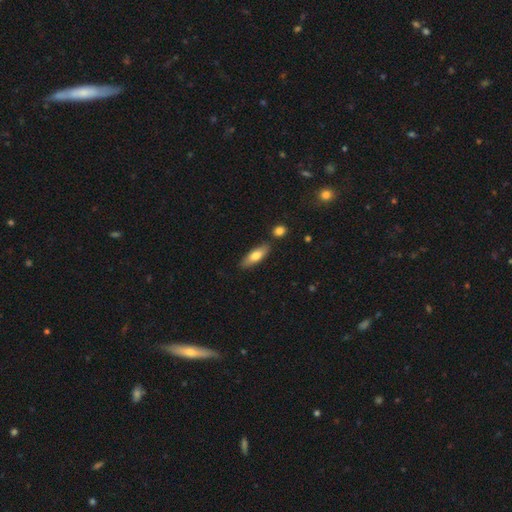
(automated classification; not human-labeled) smooth_or_featured: smooth (p=0.72) [alt: featured or disk p=0.23]
how_rounded: in between (p=0.56) [alt: cigar-shaped p=0.42]
merging: none (p=0.81) [alt: minor disturbance p=0.12]